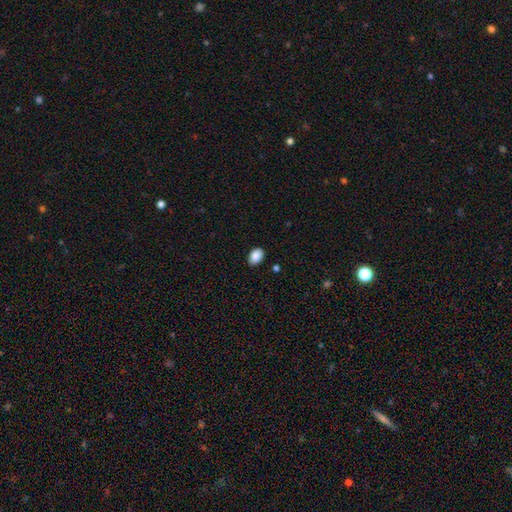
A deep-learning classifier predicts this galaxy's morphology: smooth 89%, star or artifact 7%, featured or disk 3%. Down the decision tree: how rounded — in between (85%); merging — none (86%).